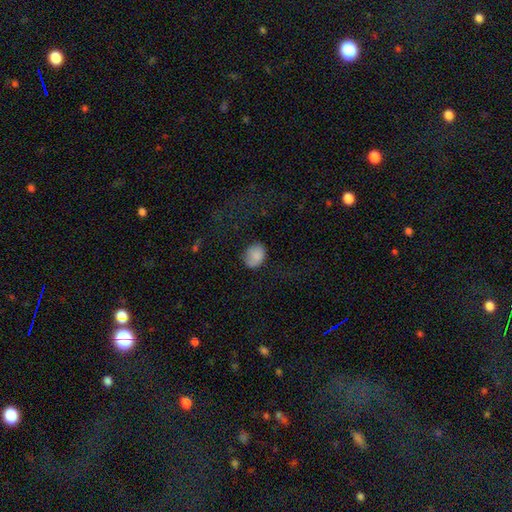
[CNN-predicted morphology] Smooth or featured? Predicted: smooth (p=0.87). How rounded? Predicted: in between (p=0.61). Merging? Predicted: none (p=0.74).